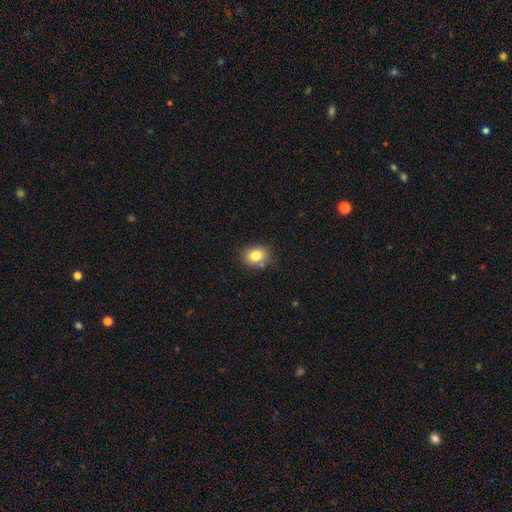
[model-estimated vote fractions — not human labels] Overall: smooth (81%). How rounded: round (56%; in between 43%). Merging: none (78%).